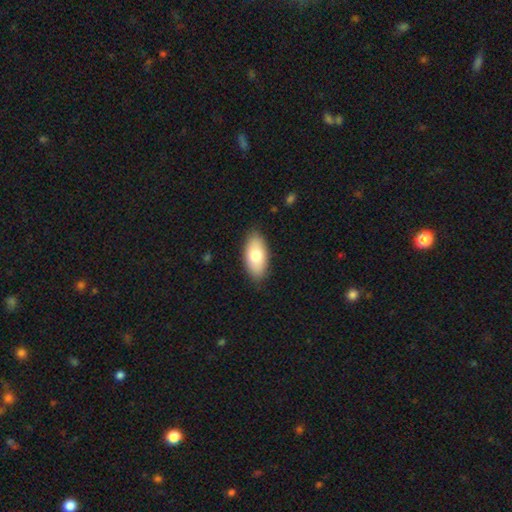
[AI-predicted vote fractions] Overall: smooth (76%). How rounded: in between (92%). Merging: none (86%).